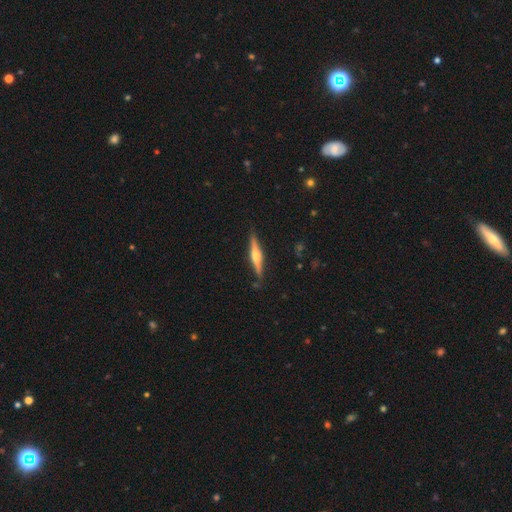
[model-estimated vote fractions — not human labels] This appears to be a featured or disk galaxy (68%) viewed edge-on (97%) with a rounded central bulge (85%). Merging: none (88%).